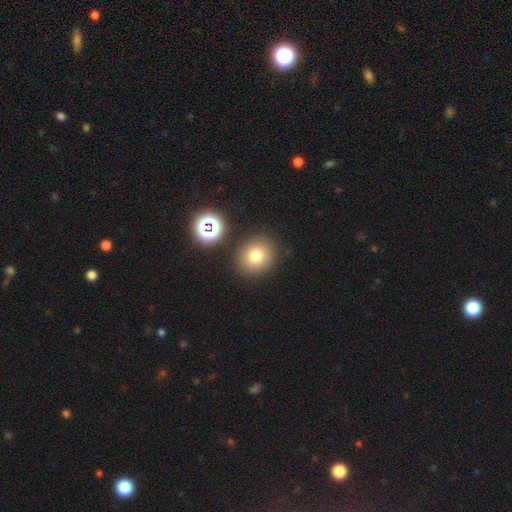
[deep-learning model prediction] smooth-or-featured: smooth: 76% | star or artifact: 15% | featured or disk: 9%
  how-rounded: round: 85% | in between: 14% | cigar-shaped: 1%
  merging: none: 86% | minor disturbance: 8% | merger: 4% | major disturbance: 3%